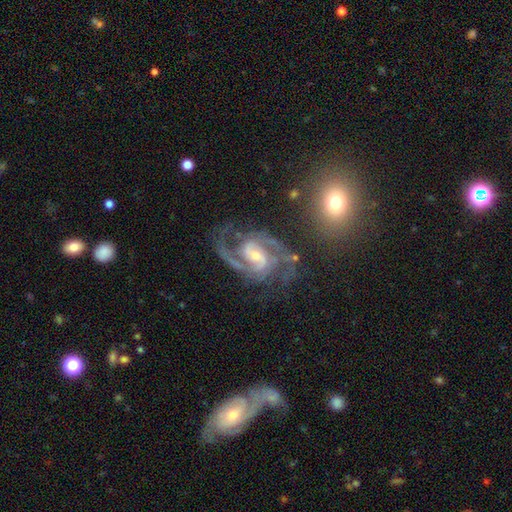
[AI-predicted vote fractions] Overall: featured or disk (92%). Edge-on disk: no (98%). Bar: weak (47%; no 29%). Spiral arms: yes (98%). Spiral arm count: 2 (72%). Spiral winding: medium (59%; tight 26%). Bulge size: small (57%; moderate 36%). Merging: none (63%).